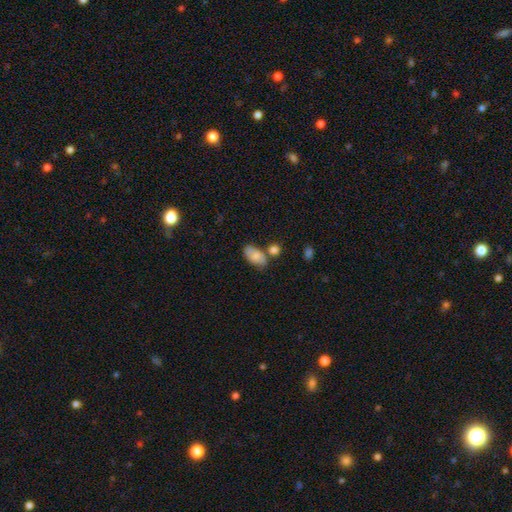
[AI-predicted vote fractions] A smooth galaxy with no disk features (78%) that is in between round and cigar-shaped (92%). Merging: none (55%).